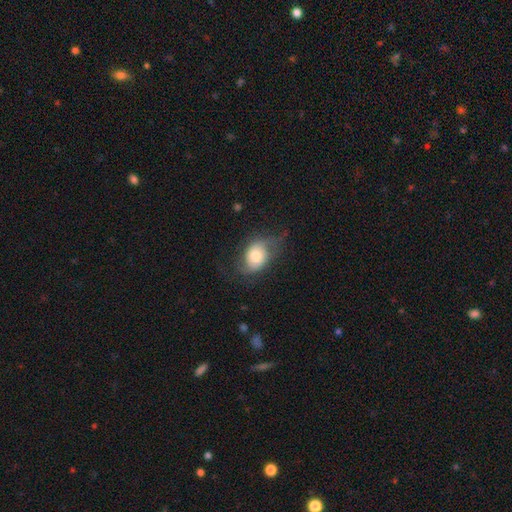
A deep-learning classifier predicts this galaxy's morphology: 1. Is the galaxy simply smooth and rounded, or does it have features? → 55% smooth, 37% featured or disk, 8% star or artifact.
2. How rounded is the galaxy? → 65% in between, 34% round, 1% cigar-shaped.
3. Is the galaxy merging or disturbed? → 51% none, 28% minor disturbance, 20% major disturbance, 2% merger.